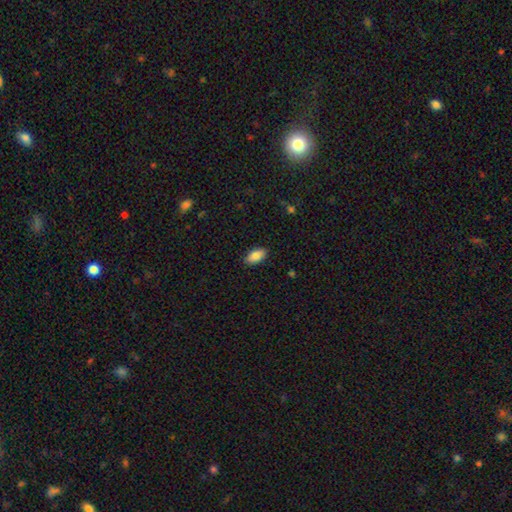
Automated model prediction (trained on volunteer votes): Smooth or featured?
  - smooth: 87% *
  - star or artifact: 7%
  - featured or disk: 7%
How rounded?
  - in between: 93% *
  - cigar-shaped: 4%
  - round: 3%
Merging?
  - none: 89% *
  - minor disturbance: 9%
  - major disturbance: 2%
  - merger: 1%